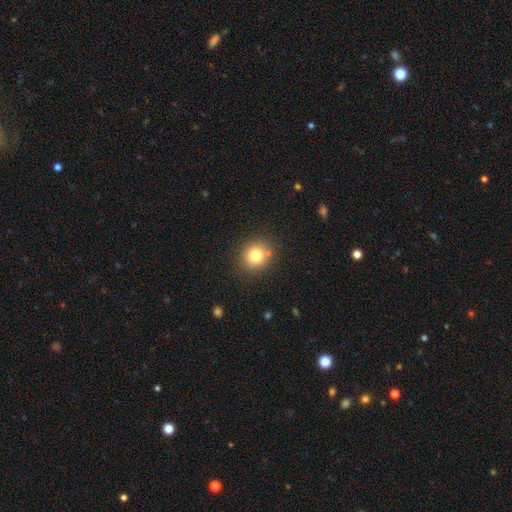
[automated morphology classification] A smooth galaxy with no disk features (78%) that is round (83%). Merging: none (82%).